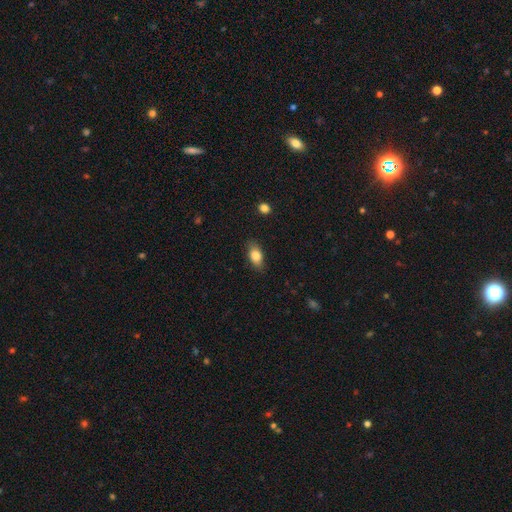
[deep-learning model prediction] smooth_or_featured: smooth (p=0.81) [alt: featured or disk p=0.11]
how_rounded: in between (p=0.86) [alt: round p=0.08]
merging: none (p=0.84) [alt: minor disturbance p=0.12]